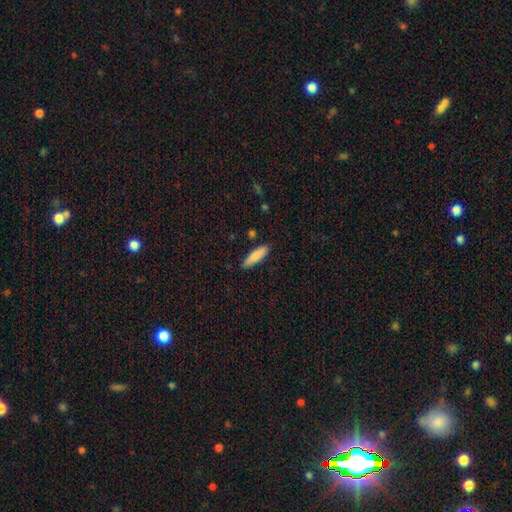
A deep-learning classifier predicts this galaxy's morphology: Smooth or featured? smooth (81%)
How rounded? cigar-shaped (73%)
Merging? none (87%)